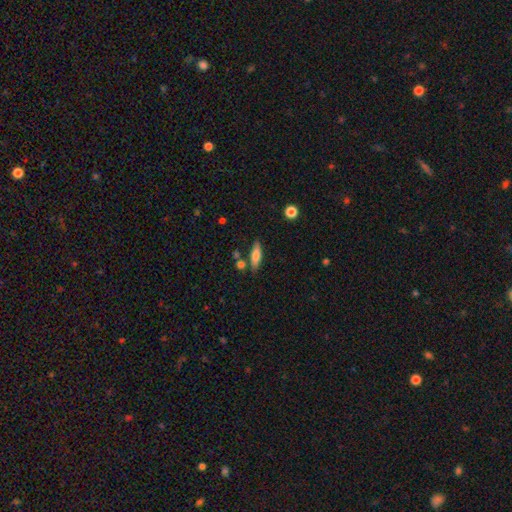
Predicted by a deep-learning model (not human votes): Overall: smooth (68%). How rounded: cigar-shaped (55%; in between 43%). Merging: none (74%).